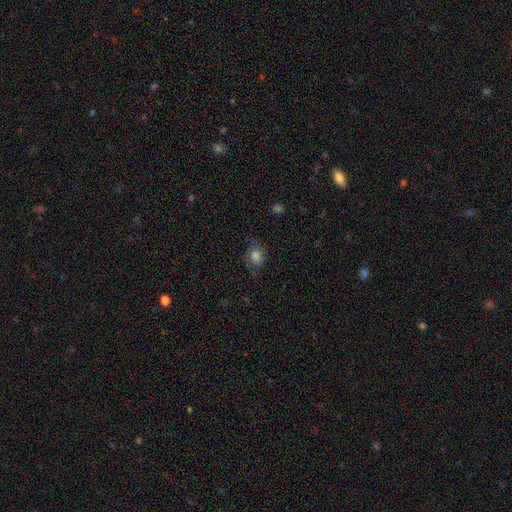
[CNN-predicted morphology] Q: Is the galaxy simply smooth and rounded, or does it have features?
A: smooth — 62%.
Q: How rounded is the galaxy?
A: in between — 51%.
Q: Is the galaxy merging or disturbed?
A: none — 58%.